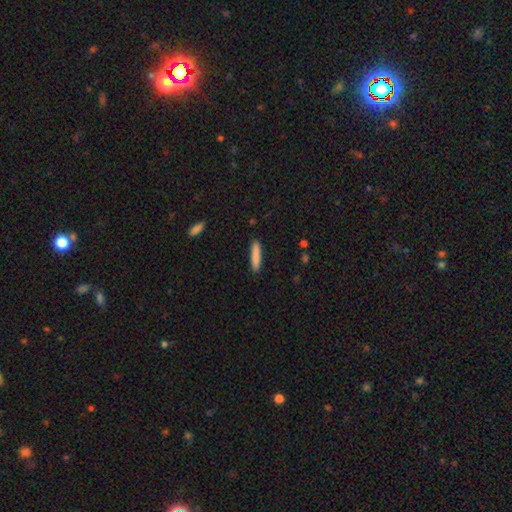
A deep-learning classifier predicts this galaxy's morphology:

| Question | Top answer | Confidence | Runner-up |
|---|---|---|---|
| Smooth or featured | smooth | 86% | featured or disk (8%) |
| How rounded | cigar-shaped | 88% | in between (11%) |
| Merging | none | 90% | minor disturbance (7%) |